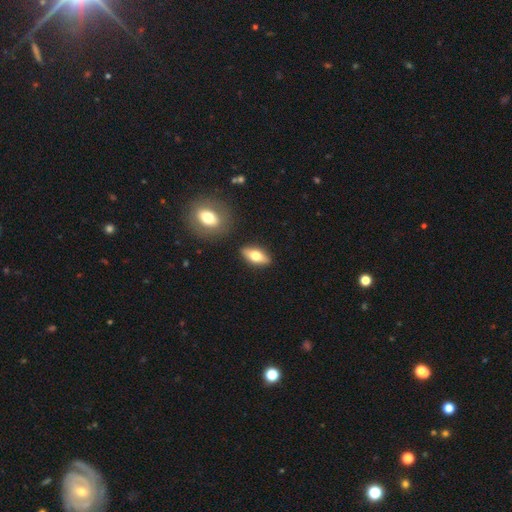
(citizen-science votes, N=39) A smooth galaxy with no disk features (62%) that is in between round and cigar-shaped (62%).

Vote fractions:
- Smooth or featured? smooth: 62% / featured or disk: 33% / star or artifact: 5%
- How rounded? in between: 62% / cigar-shaped: 33% / round: 4%
- Merging? none: 86% / minor disturbance: 11% / merger: 3% / major disturbance: 0%